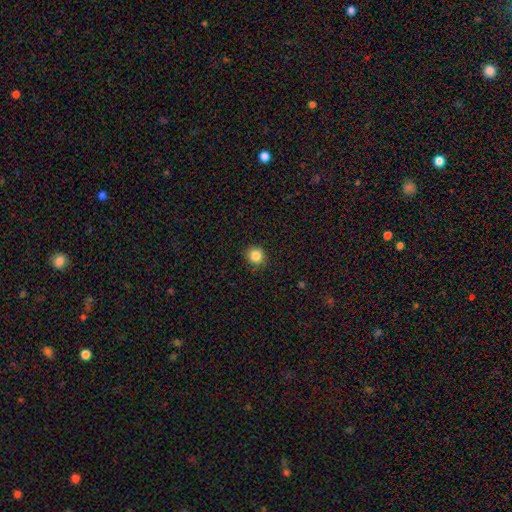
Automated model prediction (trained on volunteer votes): Smooth or featured?
  - smooth: 85% *
  - star or artifact: 11%
  - featured or disk: 4%
How rounded?
  - round: 88% *
  - in between: 11%
  - cigar-shaped: 1%
Merging?
  - none: 88% *
  - minor disturbance: 9%
  - major disturbance: 2%
  - merger: 1%